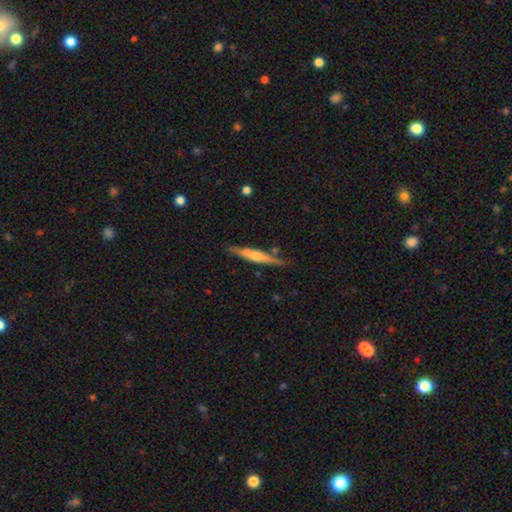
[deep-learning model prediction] smooth-or-featured: featured or disk: 54% | smooth: 40% | star or artifact: 6%
  disk-edge-on: yes: 94% | no: 6%
    edge-on-bulge: rounded: 68% | none: 20% | boxy: 13%
  merging: none: 80% | minor disturbance: 14% | merger: 4% | major disturbance: 3%